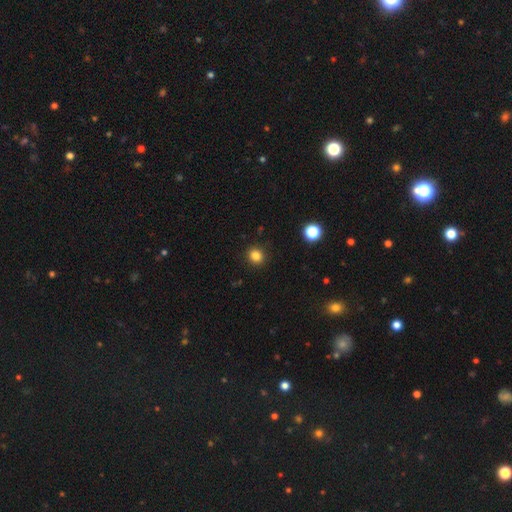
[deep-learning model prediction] Overall: smooth (84%). How rounded: round (79%). Merging: none (91%).